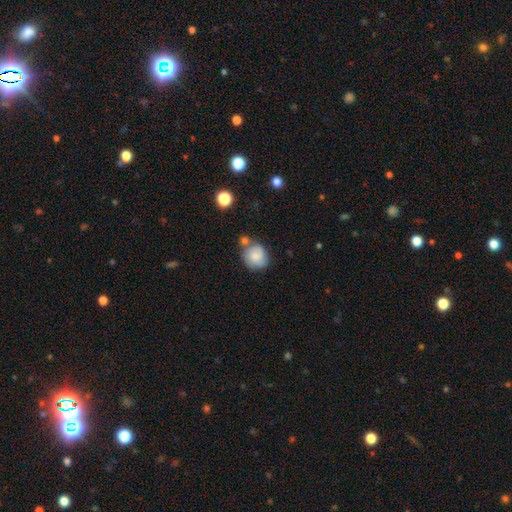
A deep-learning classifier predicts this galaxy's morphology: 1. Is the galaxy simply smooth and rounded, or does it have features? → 73% smooth, 19% featured or disk, 8% star or artifact.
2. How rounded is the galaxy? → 79% round, 20% in between, 1% cigar-shaped.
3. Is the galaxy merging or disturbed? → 55% none, 20% minor disturbance, 19% merger, 6% major disturbance.